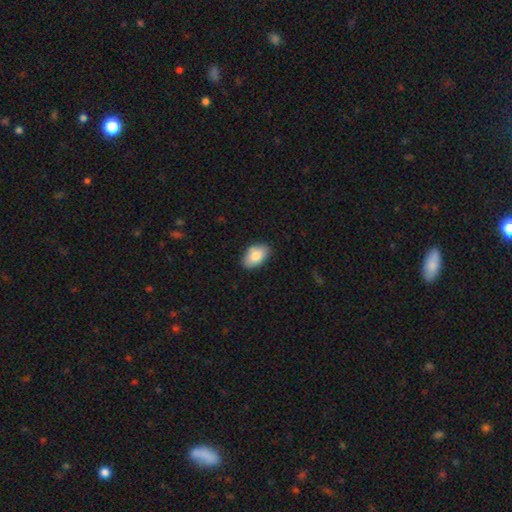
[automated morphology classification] Smooth or featured? Predicted: smooth (p=0.80). How rounded? Predicted: in between (p=0.92). Merging? Predicted: none (p=0.83).